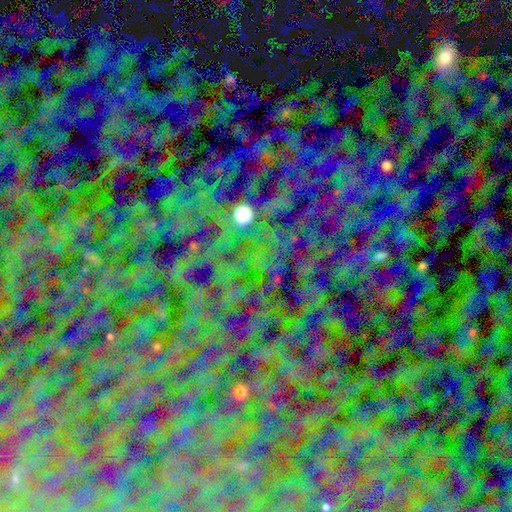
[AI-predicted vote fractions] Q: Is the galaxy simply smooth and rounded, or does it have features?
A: star or artifact — 83%.